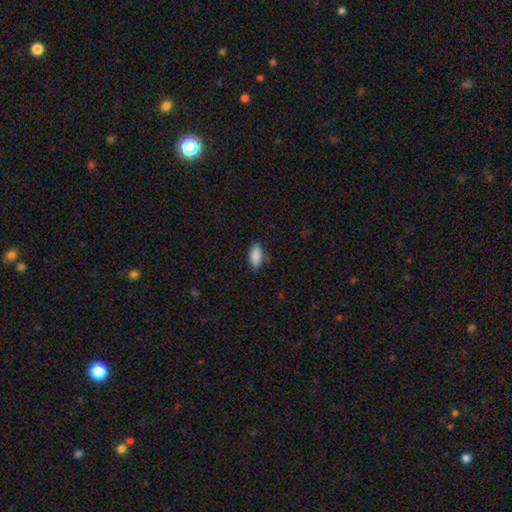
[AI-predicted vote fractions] A smooth galaxy with no disk features (89%) that is in between round and cigar-shaped (87%). Merging: none (83%).